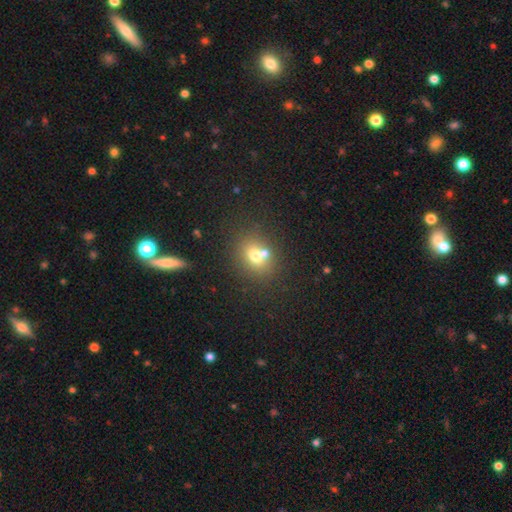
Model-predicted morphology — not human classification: Q: Smooth or featured?
A: smooth (68%); runner-up: featured or disk (17%)
Q: How rounded?
A: round (61%); runner-up: in between (38%)
Q: Merging?
A: none (56%); runner-up: merger (31%)